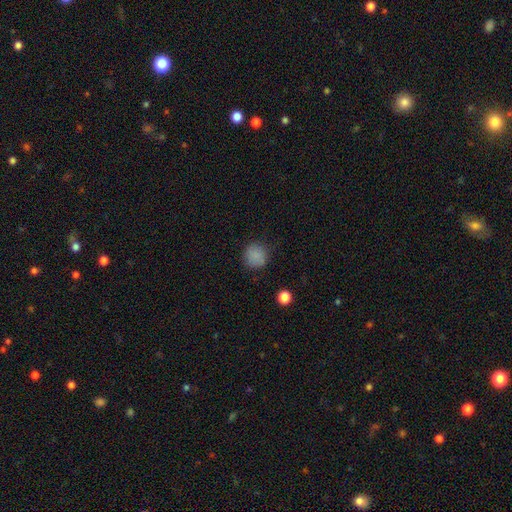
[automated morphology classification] A smooth galaxy with no disk features (84%) that is round (89%). Merging: none (83%).